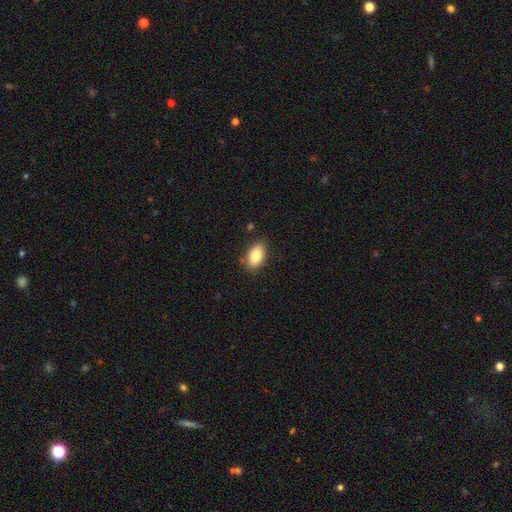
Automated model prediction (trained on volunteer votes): smooth 84%, featured or disk 9%, star or artifact 7%. Down the decision tree: how rounded — in between (92%); merging — none (83%).